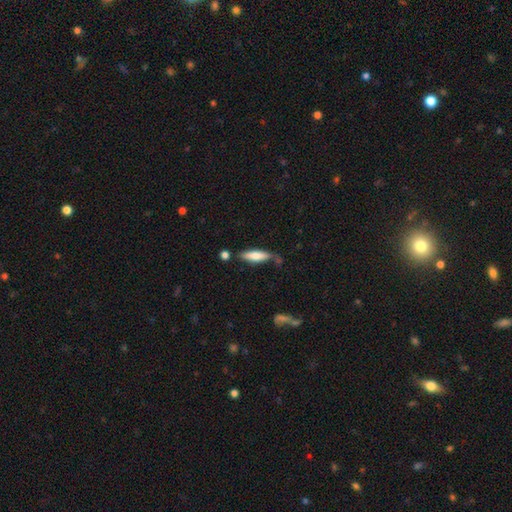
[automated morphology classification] A smooth galaxy with no disk features (68%) that is cigar-shaped (62%). Merging: none (58%).